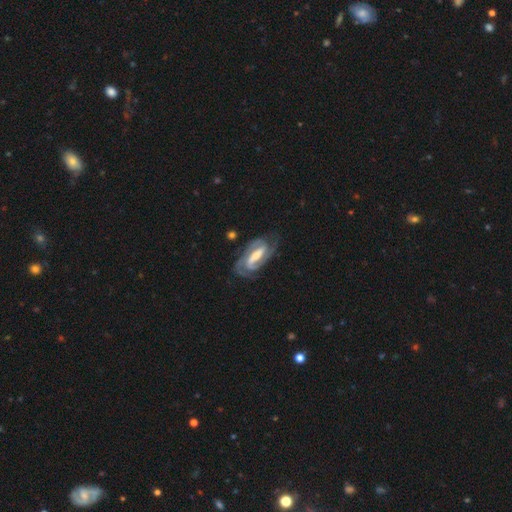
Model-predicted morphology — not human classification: A featured or disk galaxy (89%) with a strong bar (60%), 2 (84%) tight (52%) spiral arms (97%) and a moderate central bulge (46%).

Vote fractions:
- Smooth or featured? featured or disk: 89% / smooth: 7% / star or artifact: 4%
- Edge-on disk? no: 96% / yes: 4%
- Bar? strong: 60% / weak: 28% / no: 12%
- Spiral arms? yes: 97% / no: 3%
- Spiral winding? tight: 52% / medium: 40% / loose: 8%
- Spiral arm count? 2: 84% / 3: 6% / can't tell: 5% / 1: 2% / 4: 2% / more than 4: 2%
- Bulge size? moderate: 46% / small: 32% / large: 13% / none: 7% / dominant: 2%
- Merging? none: 75% / minor disturbance: 16% / major disturbance: 8% / merger: 2%